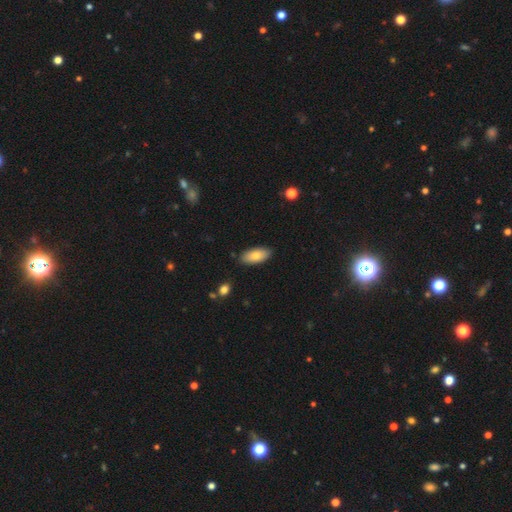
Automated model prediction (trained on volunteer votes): A smooth galaxy with no disk features (79%) that is in between round and cigar-shaped (88%). Merging: none (86%).